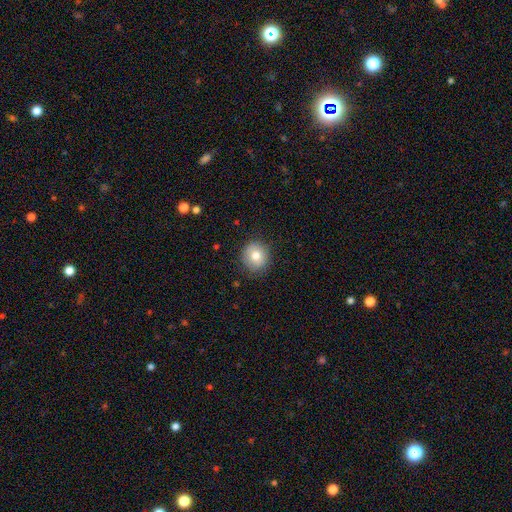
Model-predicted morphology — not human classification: Overall: smooth (77%). How rounded: round (88%). Merging: none (86%).